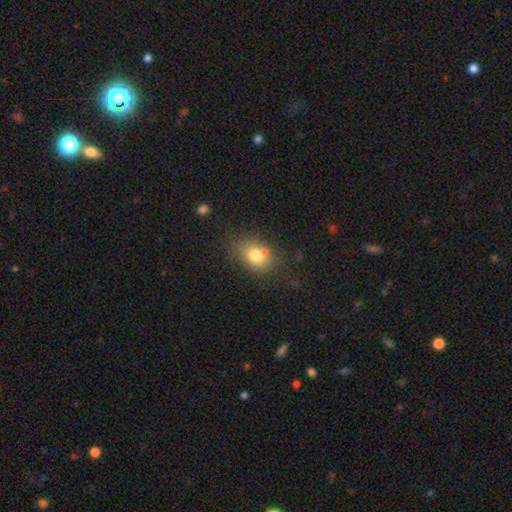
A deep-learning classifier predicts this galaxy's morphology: Smooth or featured? Predicted: smooth (p=0.74). How rounded? Predicted: in between (p=0.64). Merging? Predicted: none (p=0.55).